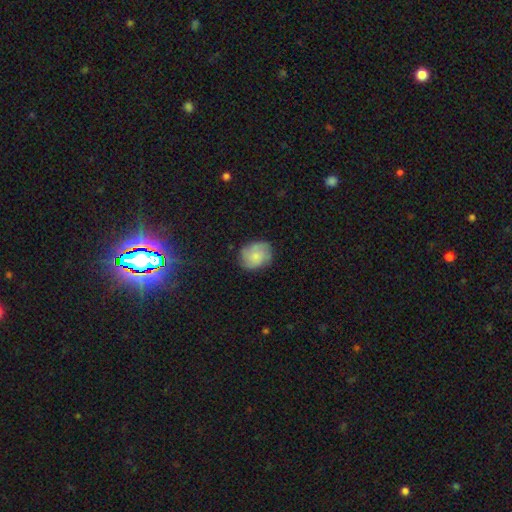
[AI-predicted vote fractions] smooth 61%, featured or disk 31%, star or artifact 8%. Down the decision tree: how rounded — round (60%); merging — none (73%).